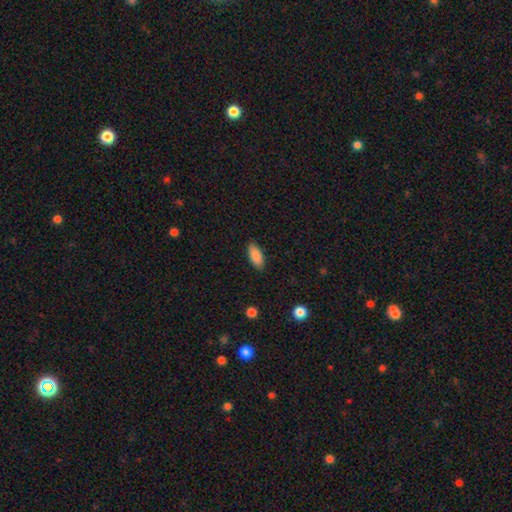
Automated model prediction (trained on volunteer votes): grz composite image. It shows a smooth galaxy with no disk features (87%) that is in between round and cigar-shaped (87%). Merging: none (86%).